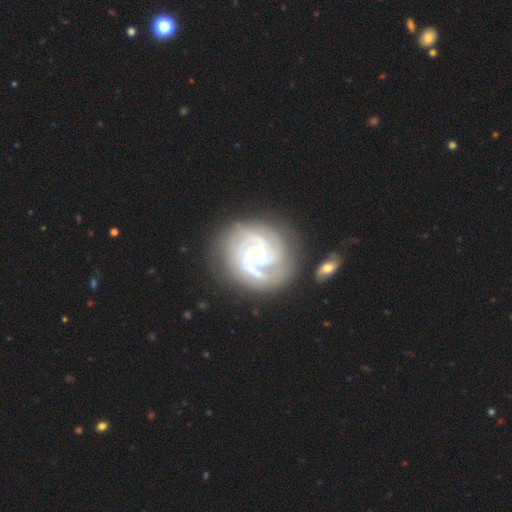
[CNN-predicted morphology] Q: Smooth or featured?
A: featured or disk (87%); runner-up: smooth (7%)
Q: Edge-on disk?
A: no (98%); runner-up: yes (2%)
Q: Bar?
A: no (63%); runner-up: weak (29%)
Q: Spiral arms?
A: yes (97%); runner-up: no (3%)
Q: Spiral winding?
A: tight (63%); runner-up: medium (31%)
Q: Spiral arm count?
A: 3 (35%); runner-up: 4 (23%)
Q: Bulge size?
A: small (74%); runner-up: moderate (12%)
Q: Merging?
A: none (70%); runner-up: minor disturbance (17%)